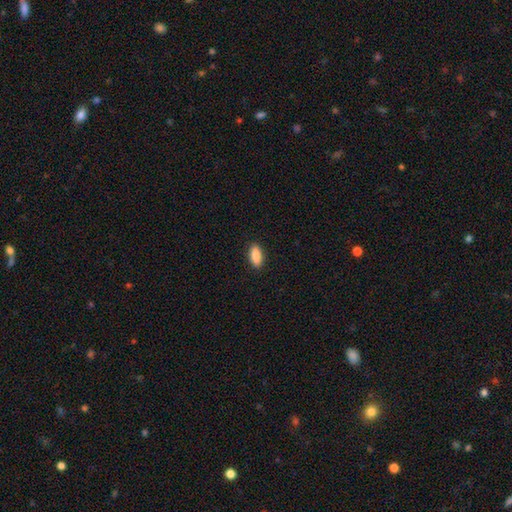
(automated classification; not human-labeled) A smooth galaxy with no disk features (87%) that is in between round and cigar-shaped (84%).

Vote fractions:
- Smooth or featured? smooth: 87% / featured or disk: 6% / star or artifact: 6%
- How rounded? in between: 84% / cigar-shaped: 13% / round: 2%
- Merging? none: 90% / minor disturbance: 7% / major disturbance: 2% / merger: 1%